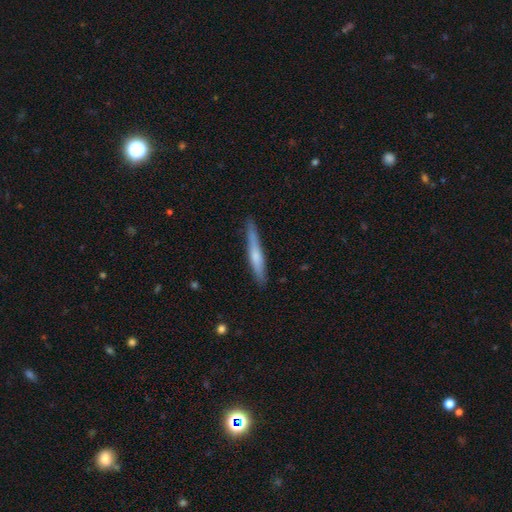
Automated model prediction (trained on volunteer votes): A smooth galaxy with no disk features (53%) that is cigar-shaped (95%). Merging: none (85%).